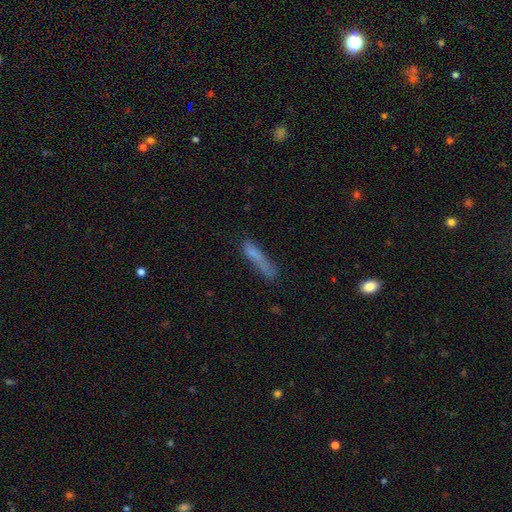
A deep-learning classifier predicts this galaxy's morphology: type=smooth (70%); roundness=cigar-shaped (87%); merging=none (56%).